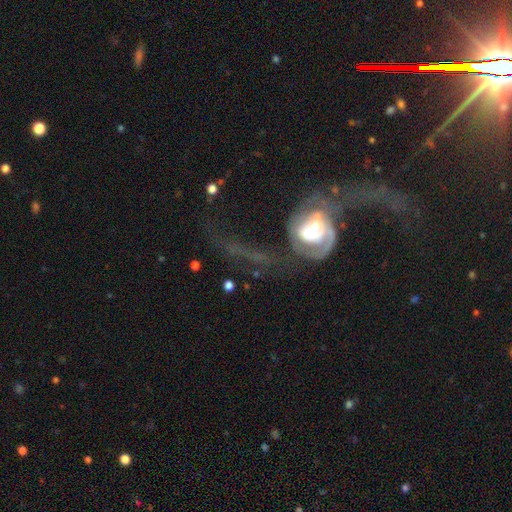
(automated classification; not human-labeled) Smooth or featured? Predicted: featured or disk (p=0.83). Edge-on disk? Predicted: no (p=0.95). Bar? Predicted: no (p=0.50). Spiral arms? Predicted: yes (p=0.93). Spiral winding? Predicted: loose (p=0.77). Spiral arm count? Predicted: 2 (p=0.90). Bulge size? Predicted: moderate (p=0.39). Merging? Predicted: none (p=0.48).